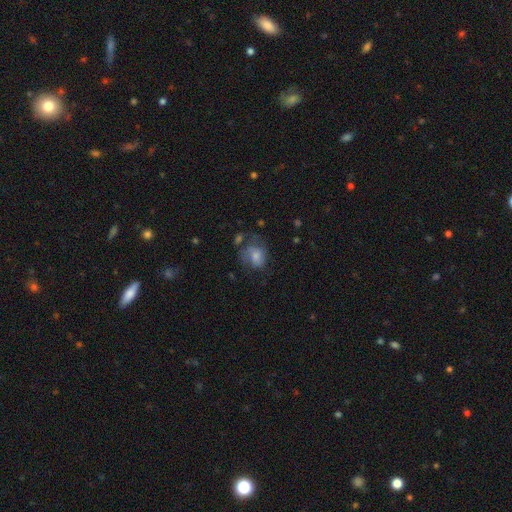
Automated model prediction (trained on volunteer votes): smooth_or_featured: smooth (p=0.49) [alt: featured or disk p=0.35]
merging: none (p=0.47) [alt: minor disturbance p=0.25]